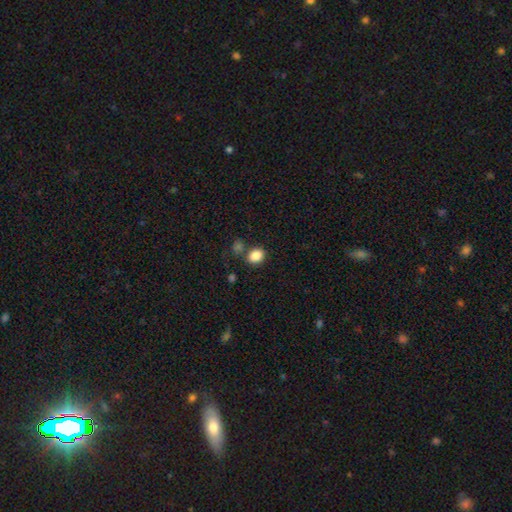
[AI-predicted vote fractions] smooth_or_featured: smooth (p=0.86) [alt: star or artifact p=0.10]
how_rounded: round (p=0.50) [alt: in between p=0.49]
merging: none (p=0.73) [alt: minor disturbance p=0.12]